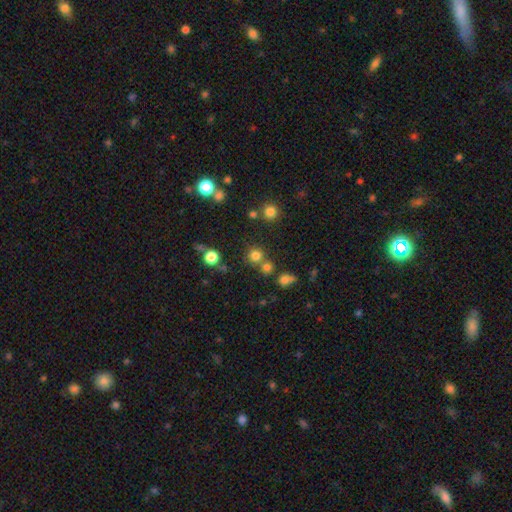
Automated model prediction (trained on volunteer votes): The model was most divided on "merging": none: 71%, merger: 19%, minor disturbance: 7%, major disturbance: 3%. More confident: how rounded — round (92%); smooth or featured — smooth (74%).